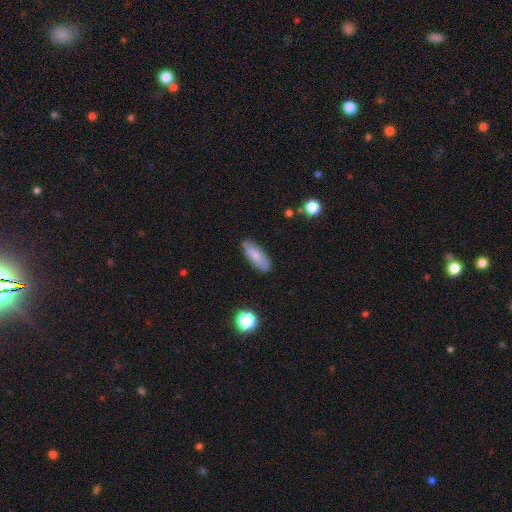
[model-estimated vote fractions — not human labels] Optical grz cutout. It shows a smooth galaxy with no disk features (77%) that is in between round and cigar-shaped (62%). Merging: none (82%).